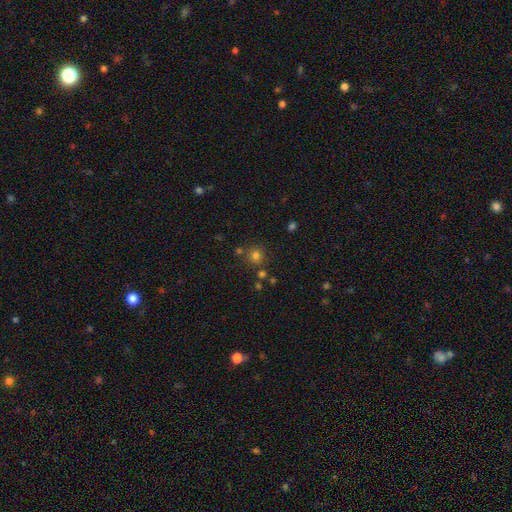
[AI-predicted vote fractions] smooth 76%, star or artifact 18%, featured or disk 6%. Down the decision tree: how rounded — round (93%); merging — none (79%).